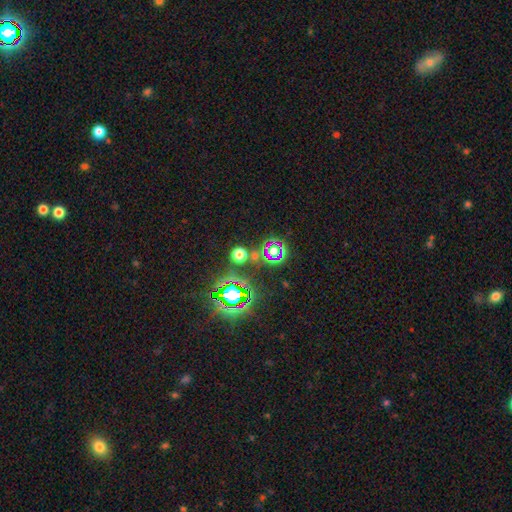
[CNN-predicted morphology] A star or artifact, not a galaxy (75%).